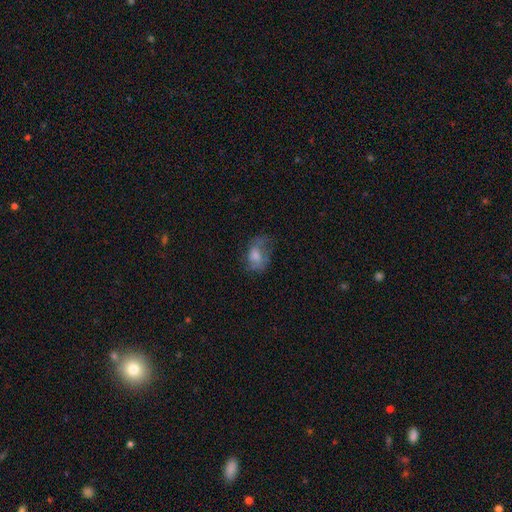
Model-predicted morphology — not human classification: The model was most divided on "merging": none: 39%, major disturbance: 32%, minor disturbance: 27%, merger: 2%. More confident: how rounded — in between (80%); smooth or featured — smooth (56%).